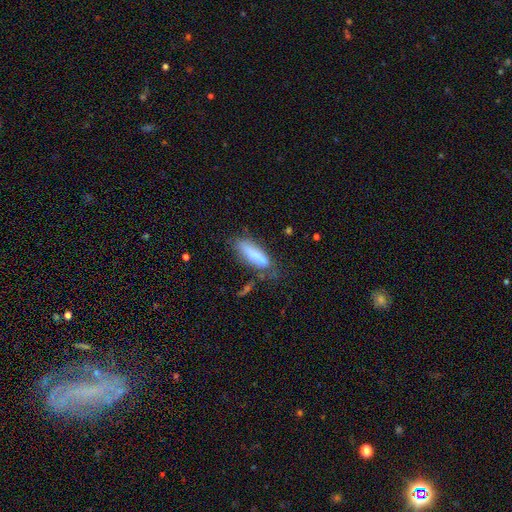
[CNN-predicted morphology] The model was most divided on "how rounded": cigar-shaped: 52%, in between: 46%, round: 2%. Remaining: smooth or featured — smooth (73%); merging — none (48%).